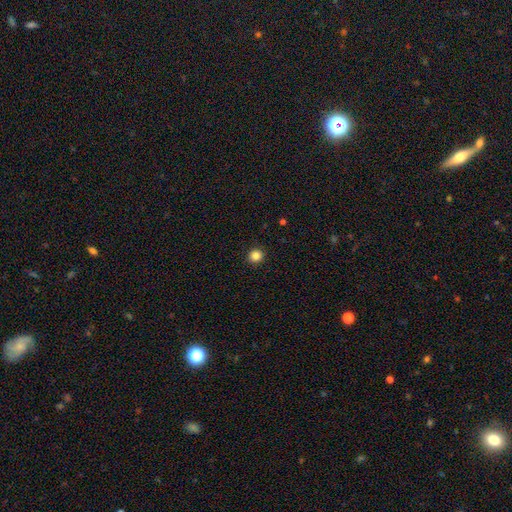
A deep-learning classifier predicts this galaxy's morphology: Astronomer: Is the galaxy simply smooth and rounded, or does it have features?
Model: smooth — 84%.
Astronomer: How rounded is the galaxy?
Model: round — 92%.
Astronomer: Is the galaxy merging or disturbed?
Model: none — 93%.